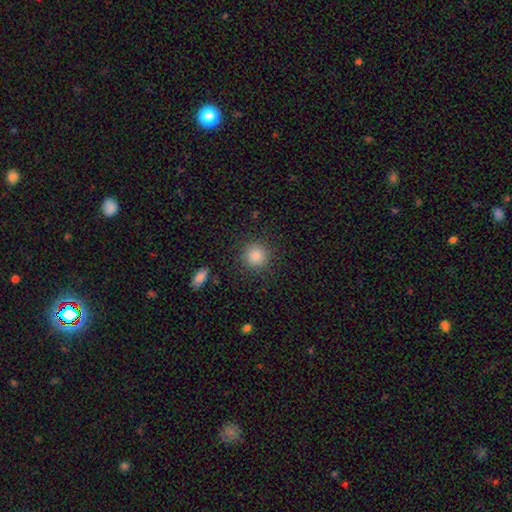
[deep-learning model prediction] This is clearly a smooth galaxy (85%). How rounded: clearly round (93%). Merging: clearly none (90%).